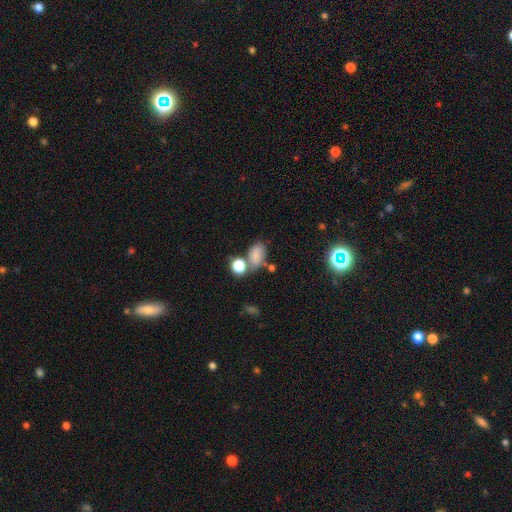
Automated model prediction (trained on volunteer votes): smooth_or_featured: smooth (p=0.78) [alt: star or artifact p=0.14]
how_rounded: in between (p=0.84) [alt: round p=0.14]
merging: none (p=0.52) [alt: merger p=0.24]